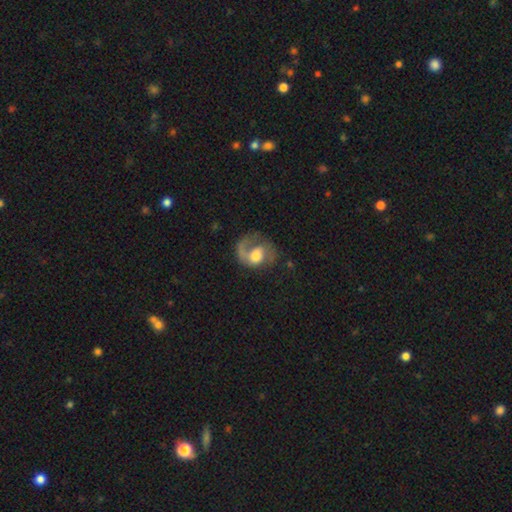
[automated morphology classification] Smooth or featured? Predicted: featured or disk (p=0.67). Edge-on disk? Predicted: no (p=0.98). Bar? Predicted: no (p=0.63). Spiral arms? Predicted: yes (p=0.86). Spiral winding? Predicted: medium (p=0.41). Spiral arm count? Predicted: 1 (p=0.69). Bulge size? Predicted: moderate (p=0.50). Merging? Predicted: none (p=0.39, tied with major disturbance).